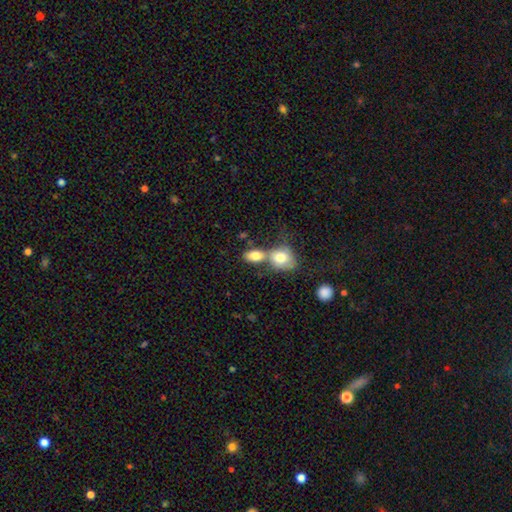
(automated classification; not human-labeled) This appears to be a smooth galaxy with no disk features (80%) that is in between round and cigar-shaped (80%). Merging: merger (58%).